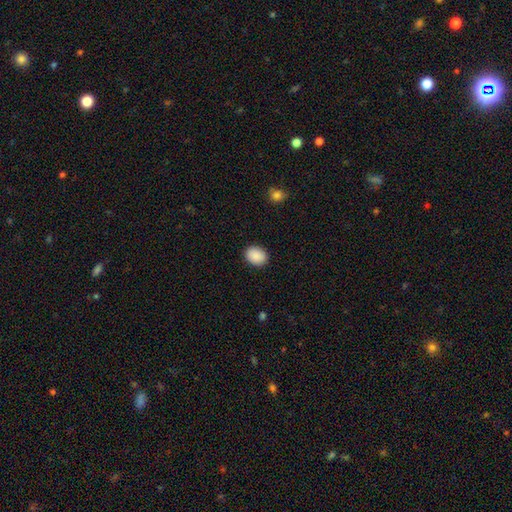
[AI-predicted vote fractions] smooth 90%, star or artifact 7%, featured or disk 3%. Down the decision tree: how rounded — in between (57%); merging — none (90%).